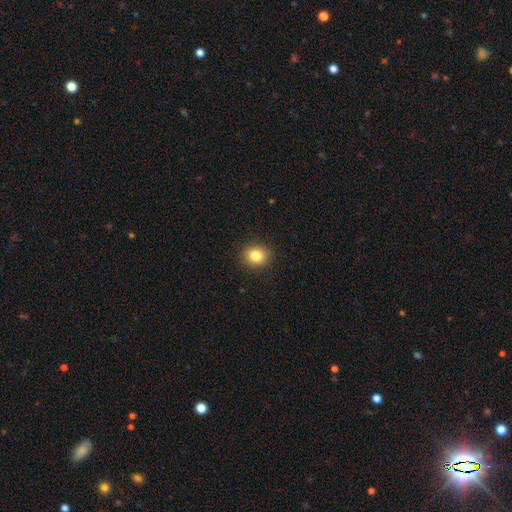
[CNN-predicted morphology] Smooth or featured: smooth — 84% (star or artifact — 11%)
How rounded: round — 73% (in between — 27%)
Merging: none — 91% (minor disturbance — 6%)